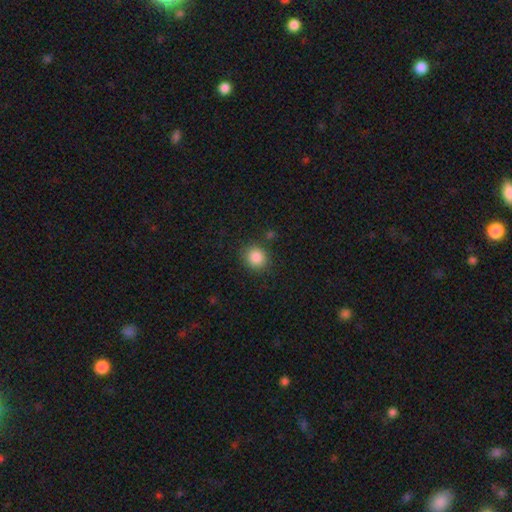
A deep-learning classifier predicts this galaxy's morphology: This appears to be a smooth galaxy with no disk features (86%) that is round (85%). Merging: none (85%).